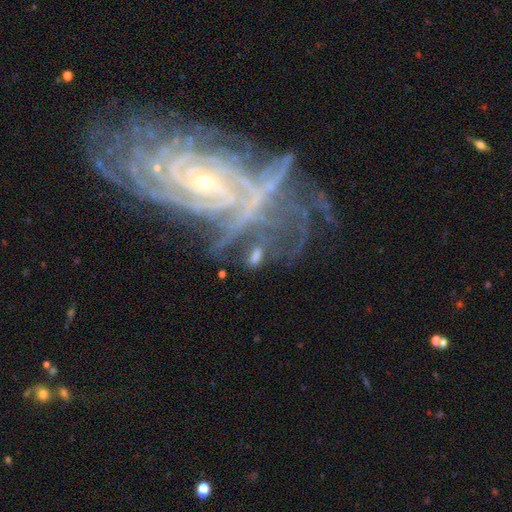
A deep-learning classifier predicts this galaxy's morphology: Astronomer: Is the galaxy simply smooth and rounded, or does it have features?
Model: featured or disk — 44% (runner-up: smooth, 40%).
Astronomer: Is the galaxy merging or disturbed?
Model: none — 57%.